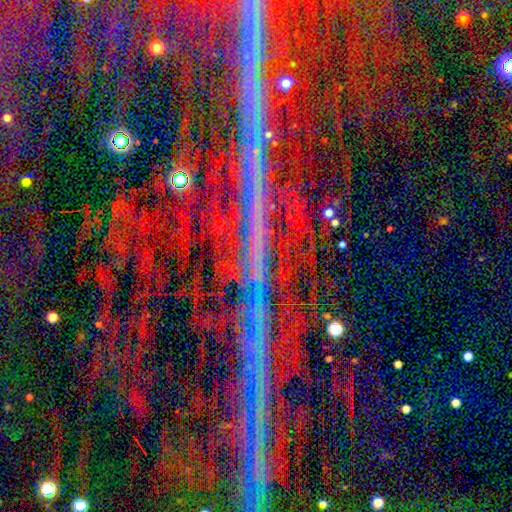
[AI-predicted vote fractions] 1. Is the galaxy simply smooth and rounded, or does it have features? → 85% star or artifact, 9% featured or disk, 6% smooth.